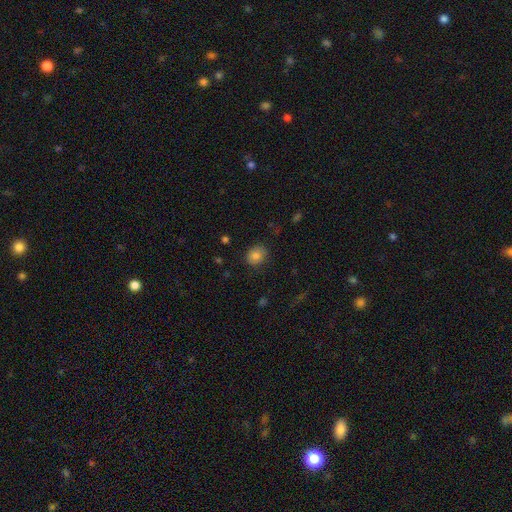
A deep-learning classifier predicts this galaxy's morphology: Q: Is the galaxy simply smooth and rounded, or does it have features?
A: smooth — 81%.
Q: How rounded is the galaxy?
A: round — 66%.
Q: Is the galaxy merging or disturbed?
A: none — 82%.